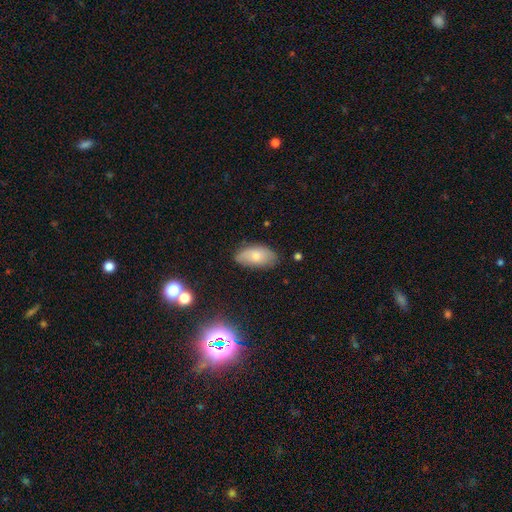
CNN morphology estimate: A smooth galaxy with no disk features (73%) that is in between round and cigar-shaped (94%).

Vote fractions:
- Smooth or featured? smooth: 73% / featured or disk: 19% / star or artifact: 8%
- How rounded? in between: 94% / round: 3% / cigar-shaped: 3%
- Merging? none: 76% / minor disturbance: 19% / major disturbance: 4% / merger: 2%